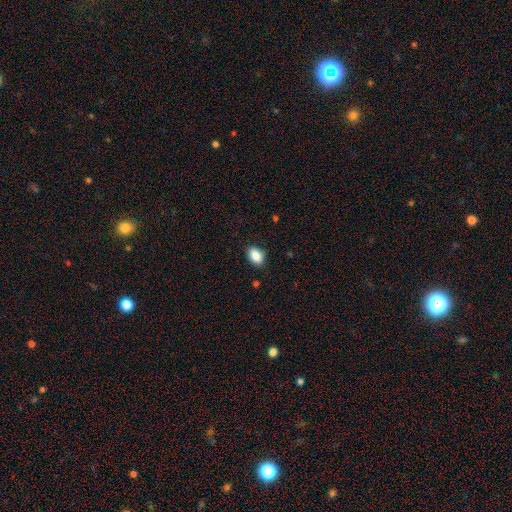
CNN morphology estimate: Smooth or featured?
  - smooth: 88% *
  - star or artifact: 8%
  - featured or disk: 5%
How rounded?
  - in between: 86% *
  - round: 13%
  - cigar-shaped: 1%
Merging?
  - none: 86% *
  - minor disturbance: 11%
  - major disturbance: 2%
  - merger: 1%